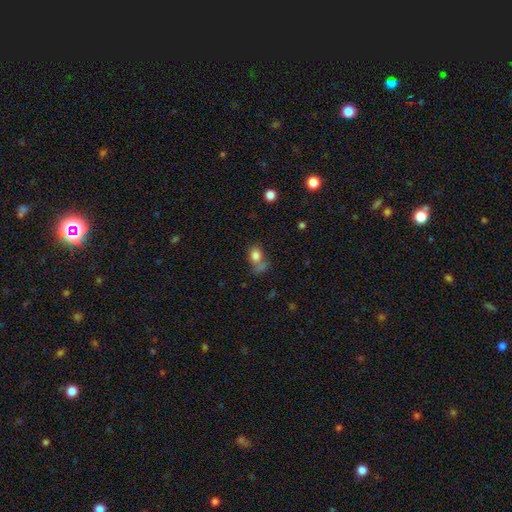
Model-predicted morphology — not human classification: smooth-or-featured: smooth: 80% | star or artifact: 11% | featured or disk: 9%
  how-rounded: in between: 49% (tied) | round: 49% (tied) | cigar-shaped: 1%
  merging: none: 42% | merger: 26% | minor disturbance: 19% | major disturbance: 12%